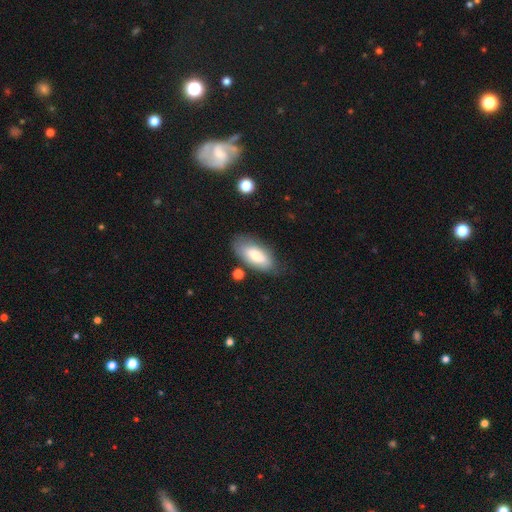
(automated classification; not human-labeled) A smooth galaxy with no disk features (77%) that is in between round and cigar-shaped (86%).

Vote fractions:
- Smooth or featured? smooth: 77% / featured or disk: 17% / star or artifact: 6%
- How rounded? in between: 86% / cigar-shaped: 12% / round: 2%
- Merging? none: 69% / minor disturbance: 21% / major disturbance: 6% / merger: 4%